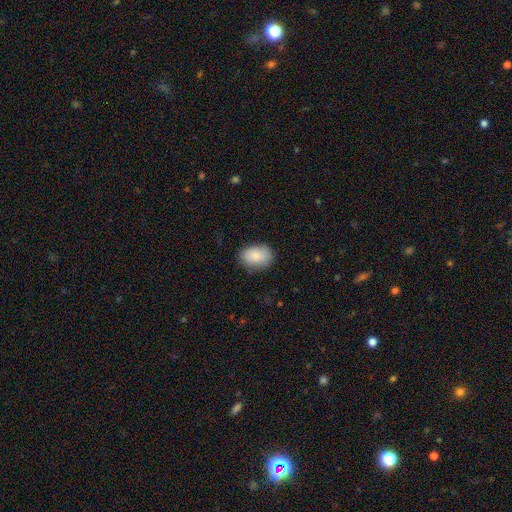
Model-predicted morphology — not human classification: smooth_or_featured: smooth (p=0.84) [alt: featured or disk p=0.09]
how_rounded: in between (p=0.75) [alt: round p=0.24]
merging: none (p=0.78) [alt: minor disturbance p=0.17]